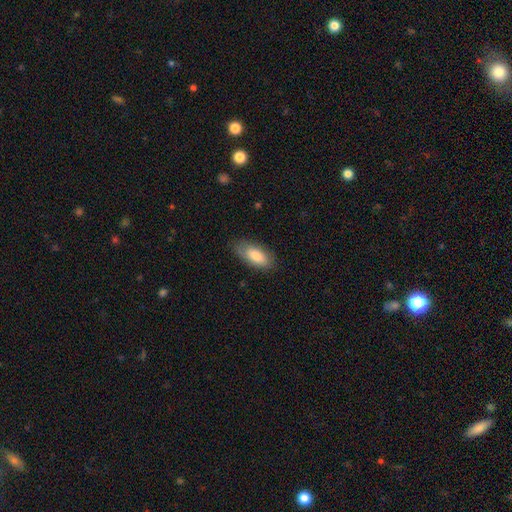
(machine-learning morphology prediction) Smooth or featured? Predicted: smooth (p=0.82). How rounded? Predicted: in between (p=0.86). Merging? Predicted: none (p=0.78).